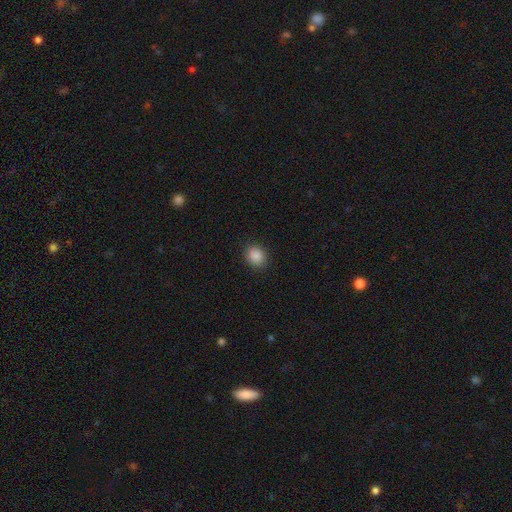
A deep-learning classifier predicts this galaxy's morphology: The model was most divided on "how rounded": round: 66%, in between: 33%, cigar-shaped: 1%. More confident: merging — none (89%); smooth or featured — smooth (88%).